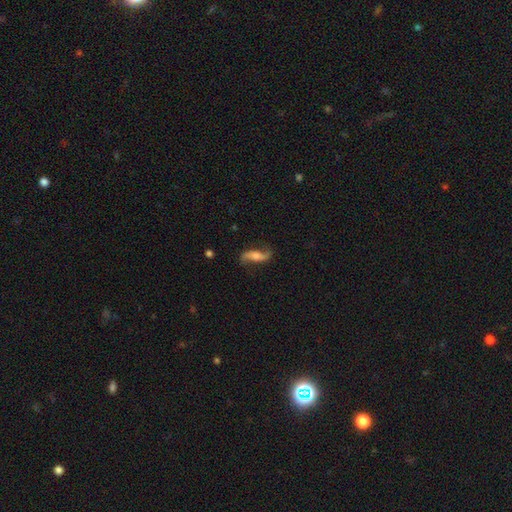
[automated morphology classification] The model was most divided on "bulge size": moderate: 48%, small: 32%, large: 10%, none: 9%, dominant: 2%. Remaining: spiral arms — yes (94%); spiral arm count — 2 (93%); edge-on disk — no (86%); spiral winding — loose (85%); merging — none (77%); smooth or featured — featured or disk (75%); bar — no (48%).